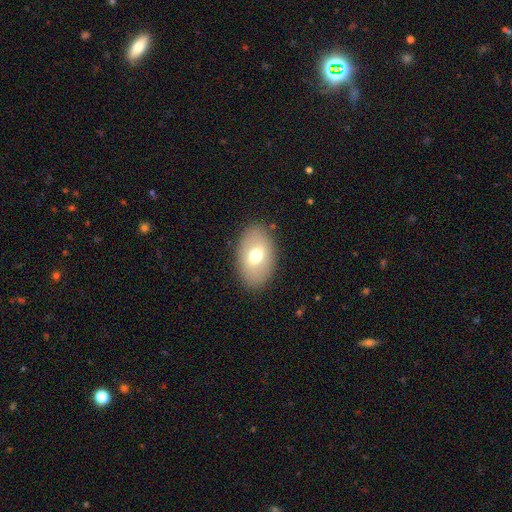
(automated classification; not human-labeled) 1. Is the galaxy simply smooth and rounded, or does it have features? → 65% smooth, 27% featured or disk, 8% star or artifact.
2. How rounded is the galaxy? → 88% in between, 10% round, 1% cigar-shaped.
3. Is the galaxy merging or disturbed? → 86% none, 10% minor disturbance, 3% major disturbance, 1% merger.